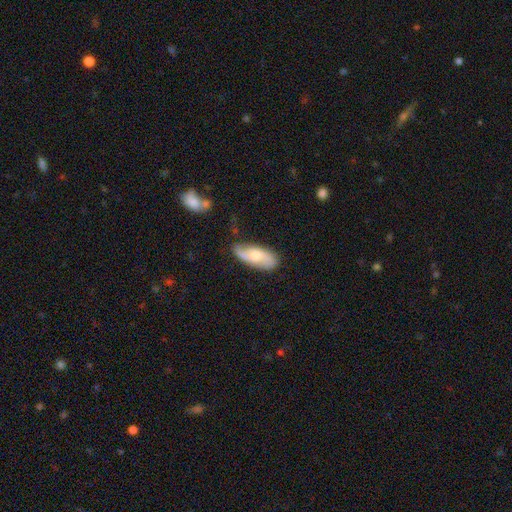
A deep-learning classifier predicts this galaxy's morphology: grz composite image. It shows a featured or disk galaxy (55%). Merging: none (70%).